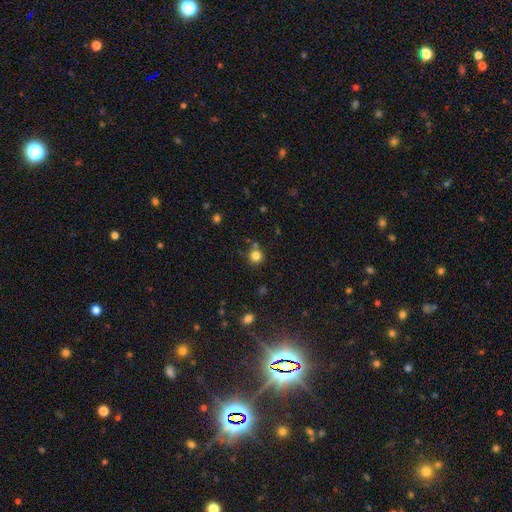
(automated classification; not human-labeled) This appears to be a smooth galaxy with no disk features (81%) that is round (93%). Merging: none (78%).